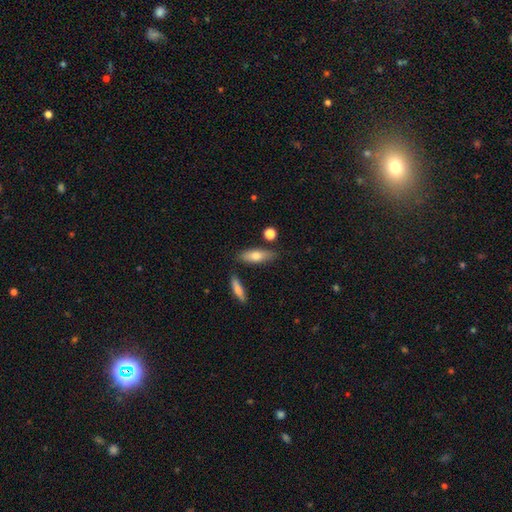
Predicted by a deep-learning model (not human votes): Smooth or featured: smooth — 72% (featured or disk — 21%)
How rounded: in between — 54% (cigar-shaped — 43%)
Merging: none — 76% (minor disturbance — 14%)